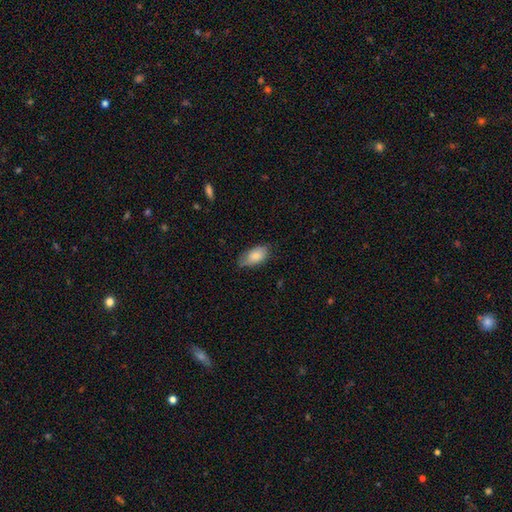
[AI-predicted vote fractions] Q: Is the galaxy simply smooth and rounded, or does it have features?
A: smooth — 82%.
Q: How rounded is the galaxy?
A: in between — 93%.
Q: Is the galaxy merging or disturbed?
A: none — 67%.